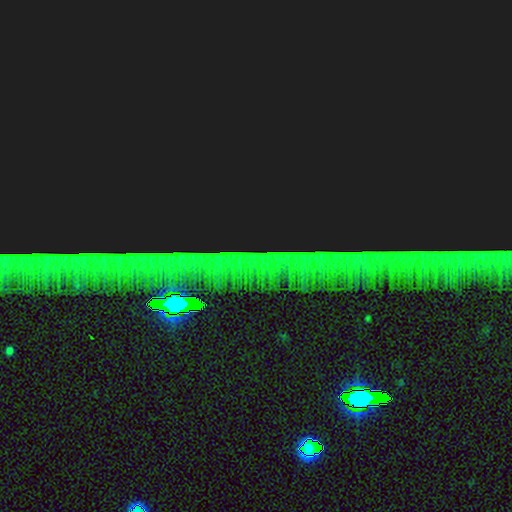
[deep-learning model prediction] The model was most divided on "smooth or featured": star or artifact: 86%, featured or disk: 8%, smooth: 7%.